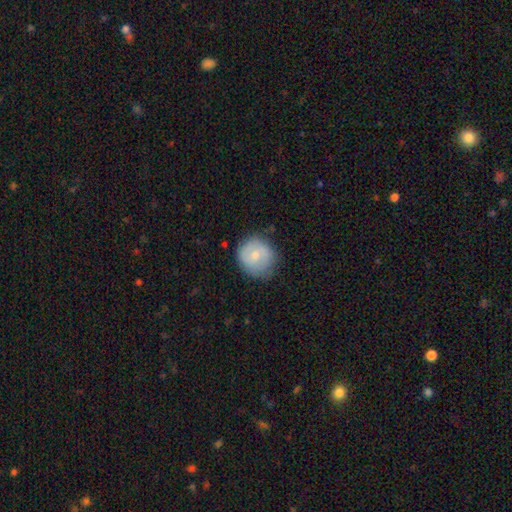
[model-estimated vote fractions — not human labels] smooth-or-featured: smooth: 62% | featured or disk: 31% | star or artifact: 7%
  how-rounded: round: 87% | in between: 12% | cigar-shaped: 1%
  merging: none: 69% | minor disturbance: 23% | major disturbance: 6% | merger: 1%